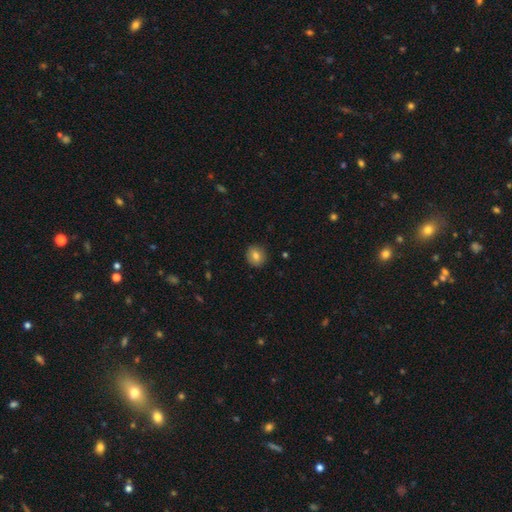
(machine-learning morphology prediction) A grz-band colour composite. It shows a smooth galaxy with no disk features (79%) that is round (82%). Merging: none (89%).